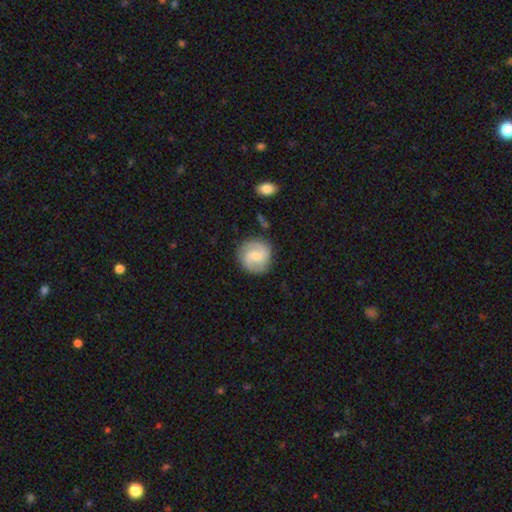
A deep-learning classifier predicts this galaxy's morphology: Q: Smooth or featured?
A: featured or disk (69%); runner-up: smooth (25%)
Q: Edge-on disk?
A: no (98%); runner-up: yes (2%)
Q: Bar?
A: weak (52%); runner-up: no (38%)
Q: Spiral arms?
A: yes (94%); runner-up: no (6%)
Q: Spiral winding?
A: medium (50%); runner-up: tight (29%)
Q: Spiral arm count?
A: 2 (86%); runner-up: can't tell (6%)
Q: Bulge size?
A: small (49%); runner-up: moderate (41%)
Q: Merging?
A: none (84%); runner-up: minor disturbance (11%)